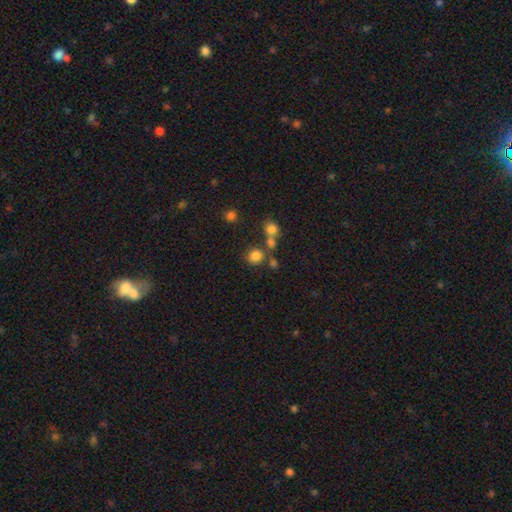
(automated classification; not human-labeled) A smooth galaxy with no disk features (79%) that is round (76%).

Vote fractions:
- Smooth or featured? smooth: 79% / star or artifact: 15% / featured or disk: 7%
- How rounded? round: 76% / in between: 23% / cigar-shaped: 1%
- Merging? none: 64% / merger: 21% / minor disturbance: 10% / major disturbance: 5%